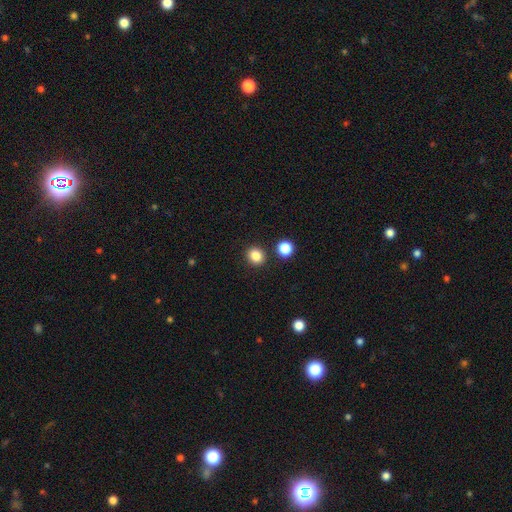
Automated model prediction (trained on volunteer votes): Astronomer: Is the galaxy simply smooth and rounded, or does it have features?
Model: smooth — 85%.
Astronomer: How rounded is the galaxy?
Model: round — 82%.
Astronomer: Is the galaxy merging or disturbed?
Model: none — 87%.